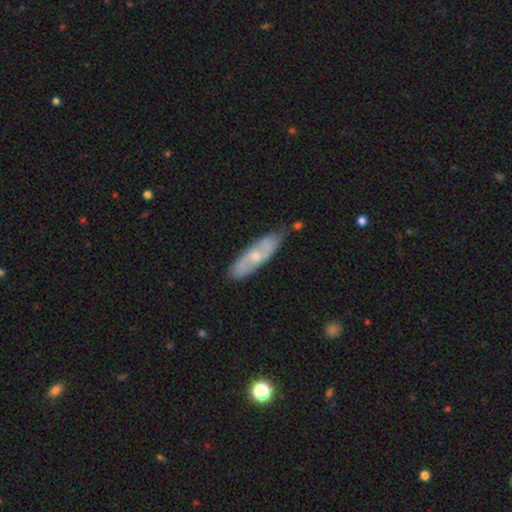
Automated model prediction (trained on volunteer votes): A featured or disk galaxy (50%).

Vote fractions:
- Smooth or featured? featured or disk: 50% / smooth: 44% / star or artifact: 6%
- Edge-on disk? no: 69% / yes: 31%
- Merging? none: 73% / minor disturbance: 20% / major disturbance: 4% / merger: 3%